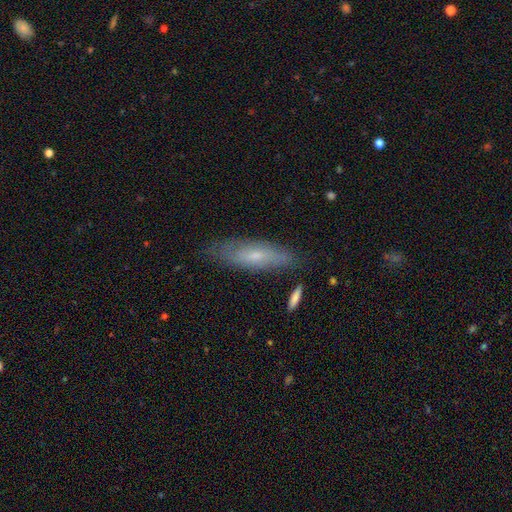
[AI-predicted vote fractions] smooth_or_featured: smooth (p=0.55) [alt: featured or disk p=0.38]
how_rounded: cigar-shaped (p=0.60) [alt: in between p=0.38]
merging: none (p=0.75) [alt: minor disturbance p=0.18]